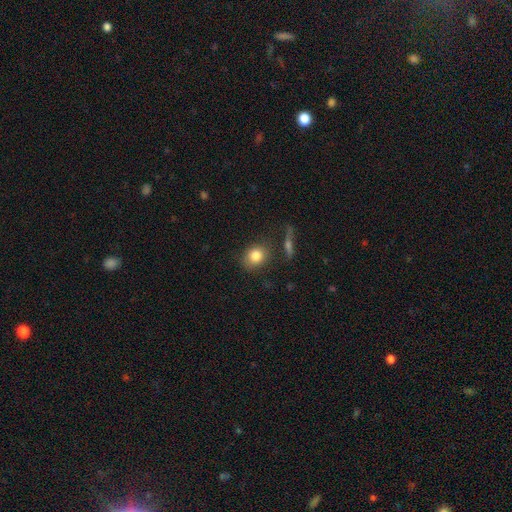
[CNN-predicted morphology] Smooth or featured: smooth — 83% (star or artifact — 9%)
How rounded: round — 62% (in between — 36%)
Merging: none — 75% (minor disturbance — 15%)